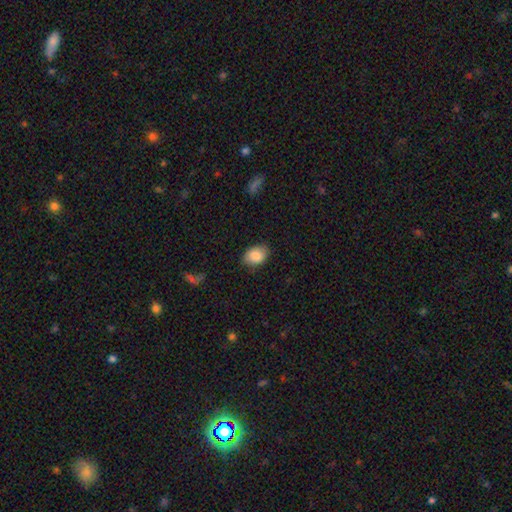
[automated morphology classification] This appears to be a smooth galaxy with no disk features (86%) that is in between round and cigar-shaped (80%). Merging: none (81%).